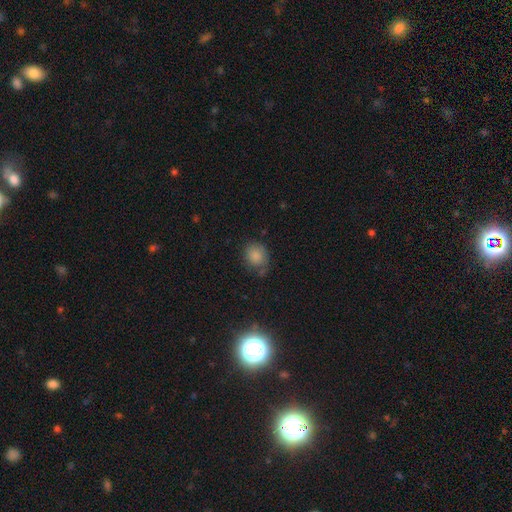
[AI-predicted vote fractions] smooth_or_featured: smooth (p=0.81) [alt: star or artifact p=0.10]
how_rounded: round (p=0.62) [alt: in between p=0.37]
merging: none (p=0.58) [alt: minor disturbance p=0.28]